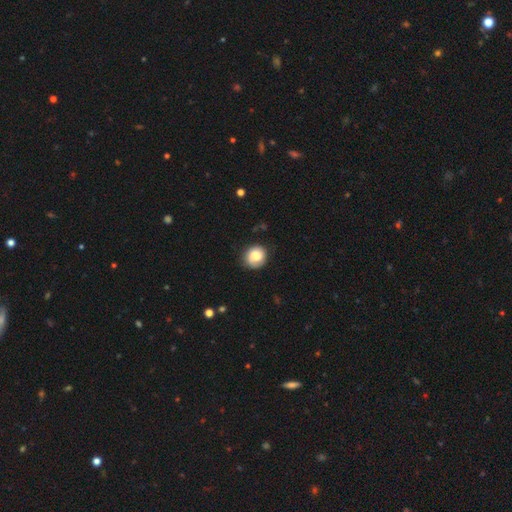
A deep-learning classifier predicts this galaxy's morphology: Overall: smooth (77%). How rounded: round (84%). Merging: none (76%).